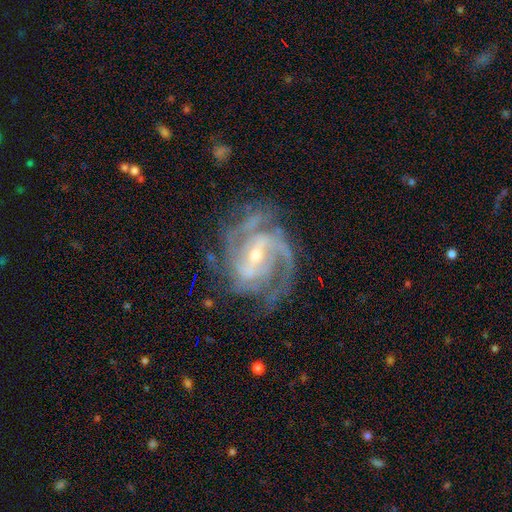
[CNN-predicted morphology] Overall: featured or disk (91%). Edge-on disk: no (97%). Bar: weak (45%; strong 39%). Spiral arms: yes (98%). Spiral arm count: 2 (38%; 3 29%). Spiral winding: medium (47%; tight 42%). Bulge size: small (57%; moderate 39%). Merging: none (65%).